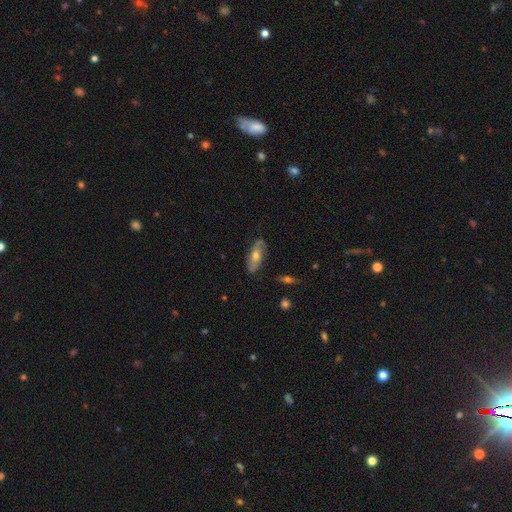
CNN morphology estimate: smooth-or-featured: featured or disk: 57% | smooth: 35% | star or artifact: 8%
  disk-edge-on: no: 79% | yes: 21%
  merging: none: 80% | minor disturbance: 15% | major disturbance: 4% | merger: 1%